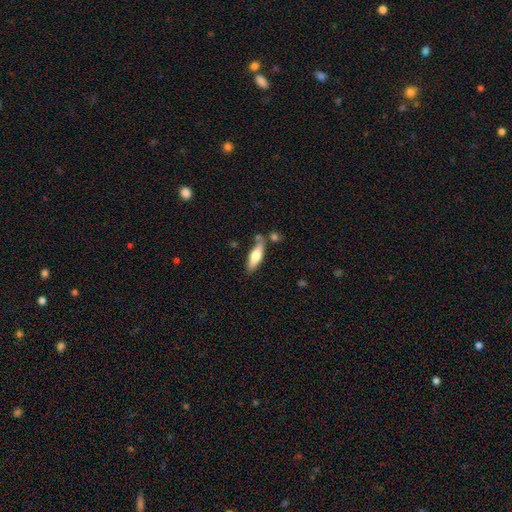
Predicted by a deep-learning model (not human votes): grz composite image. It shows a smooth galaxy with no disk features (61%) that is cigar-shaped (51%). Merging: none (64%).